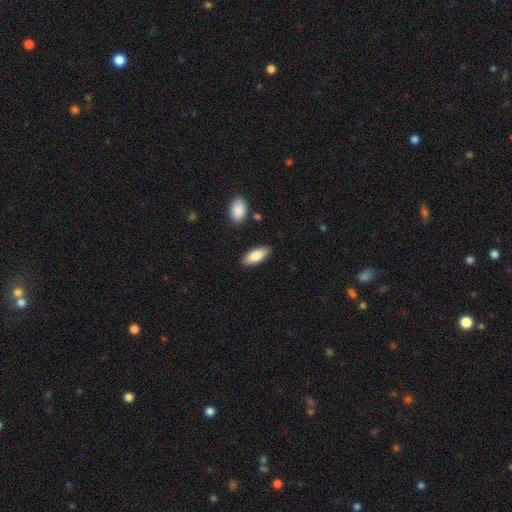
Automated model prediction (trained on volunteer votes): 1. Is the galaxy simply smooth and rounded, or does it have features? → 81% smooth, 13% featured or disk, 6% star or artifact.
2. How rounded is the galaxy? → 78% in between, 20% cigar-shaped, 2% round.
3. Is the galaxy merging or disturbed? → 87% none, 9% minor disturbance, 2% merger, 2% major disturbance.